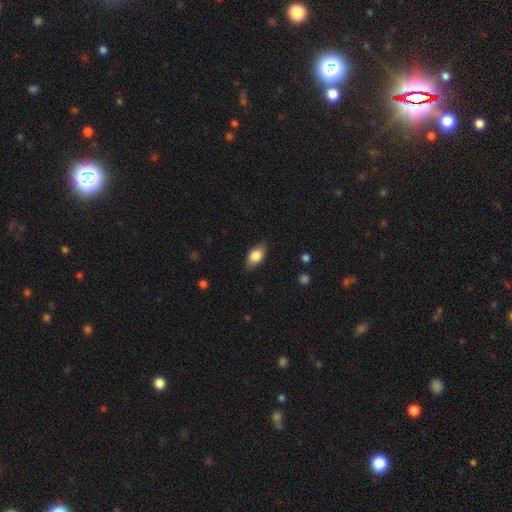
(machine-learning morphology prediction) Smooth or featured: smooth — 78% (featured or disk — 15%)
How rounded: in between — 88% (round — 8%)
Merging: none — 80% (minor disturbance — 16%)